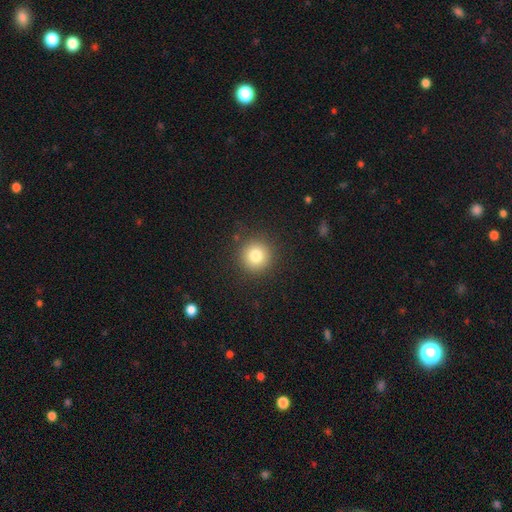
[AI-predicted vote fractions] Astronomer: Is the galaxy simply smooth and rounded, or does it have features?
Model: smooth — 81%.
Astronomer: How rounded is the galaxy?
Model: round — 95%.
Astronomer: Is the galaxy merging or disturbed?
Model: none — 89%.